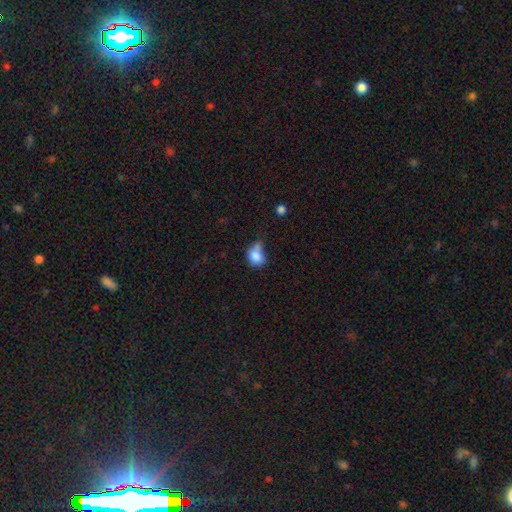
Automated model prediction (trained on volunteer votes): Q: Smooth or featured?
A: smooth (78%); runner-up: featured or disk (11%)
Q: How rounded?
A: in between (54%); runner-up: round (45%)
Q: Merging?
A: minor disturbance (32%); runner-up: none (31%)